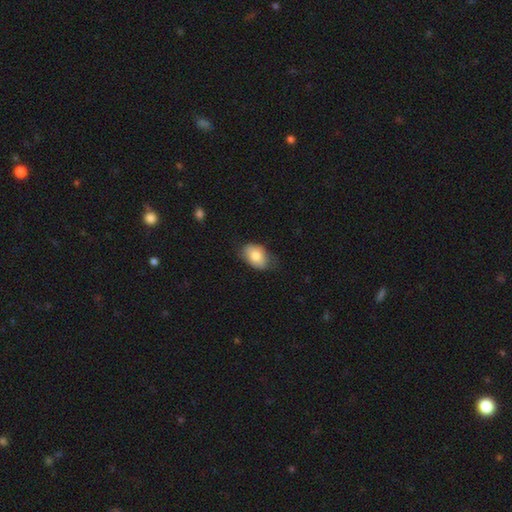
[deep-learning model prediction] Smooth or featured? smooth (79%)
How rounded? in between (88%)
Merging? none (68%)